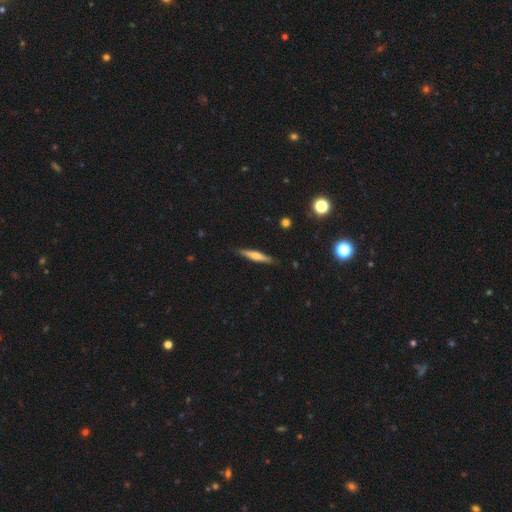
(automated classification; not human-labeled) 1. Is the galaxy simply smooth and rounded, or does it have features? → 53% featured or disk, 41% smooth, 6% star or artifact.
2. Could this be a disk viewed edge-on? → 95% yes, 5% no.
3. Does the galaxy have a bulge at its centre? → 82% rounded, 12% none, 6% boxy.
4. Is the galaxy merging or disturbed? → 88% none, 9% minor disturbance, 2% major disturbance, 1% merger.